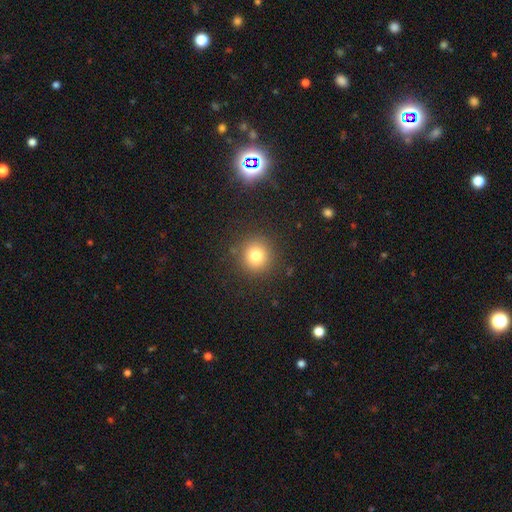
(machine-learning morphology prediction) Smooth or featured? Predicted: smooth (p=0.78). How rounded? Predicted: round (p=0.93). Merging? Predicted: none (p=0.89).